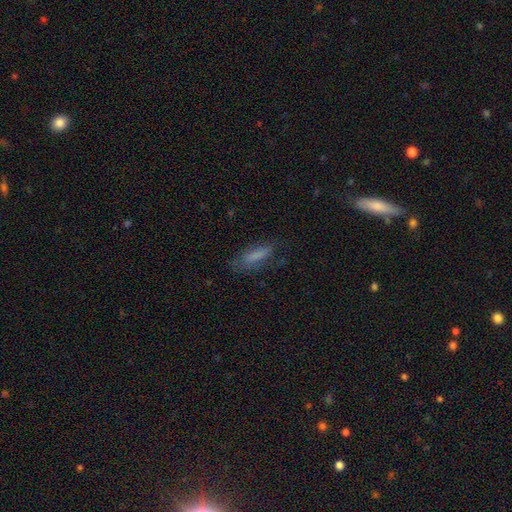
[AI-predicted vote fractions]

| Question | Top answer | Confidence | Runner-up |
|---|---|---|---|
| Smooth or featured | smooth | 68% | featured or disk (21%) |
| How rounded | cigar-shaped | 63% | in between (35%) |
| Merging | none | 64% | minor disturbance (23%) |